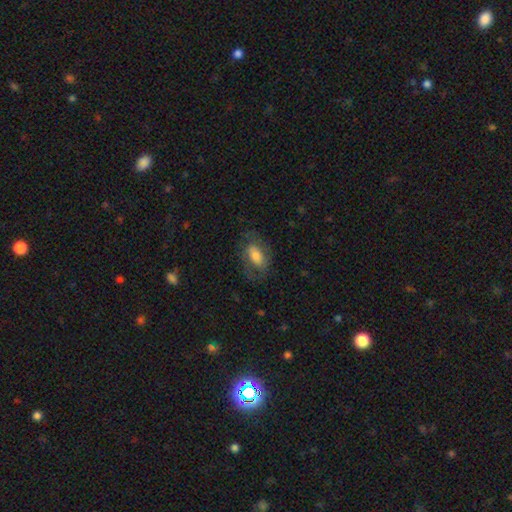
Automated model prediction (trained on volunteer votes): Morphology: type=smooth (61%); roundness=in between (89%); merging=none (66%).